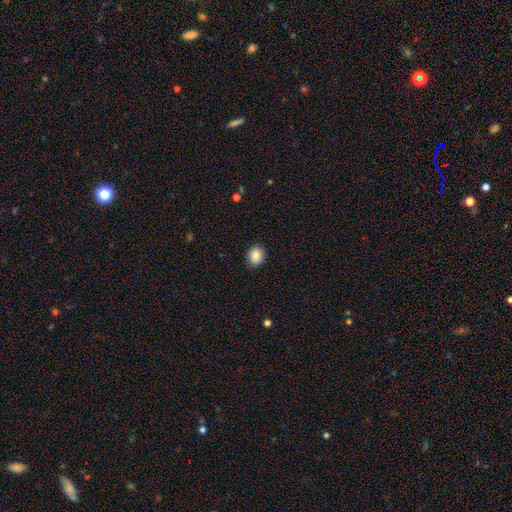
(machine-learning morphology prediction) smooth-or-featured: smooth: 87% | star or artifact: 8% | featured or disk: 5%
  how-rounded: round: 58% | in between: 41% | cigar-shaped: 1%
  merging: none: 89% | minor disturbance: 8% | major disturbance: 2% | merger: 1%